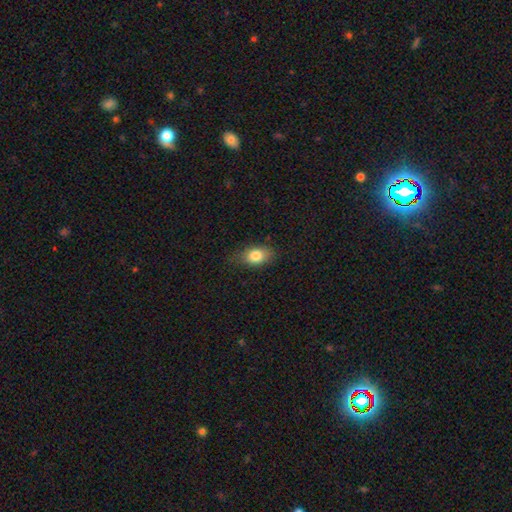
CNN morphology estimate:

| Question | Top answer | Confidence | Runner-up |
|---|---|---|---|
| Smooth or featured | smooth | 82% | featured or disk (10%) |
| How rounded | in between | 77% | round (21%) |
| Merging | none | 74% | minor disturbance (20%) |